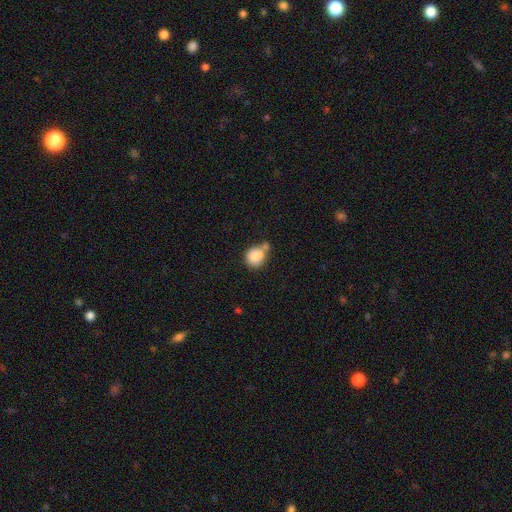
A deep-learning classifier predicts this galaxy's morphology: smooth_or_featured: smooth (p=0.85) [alt: star or artifact p=0.09]
how_rounded: round (p=0.77) [alt: in between p=0.22]
merging: none (p=0.44) [alt: merger p=0.30]